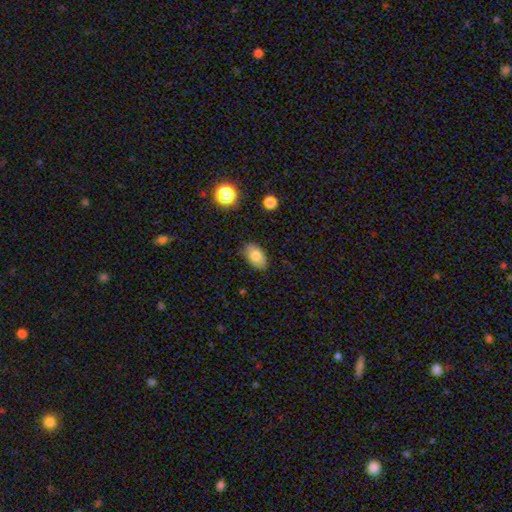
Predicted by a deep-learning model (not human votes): Smooth or featured?
  - smooth: 79% *
  - featured or disk: 12%
  - star or artifact: 9%
How rounded?
  - in between: 90% *
  - round: 9%
  - cigar-shaped: 2%
Merging?
  - none: 82% *
  - minor disturbance: 14%
  - major disturbance: 3%
  - merger: 1%